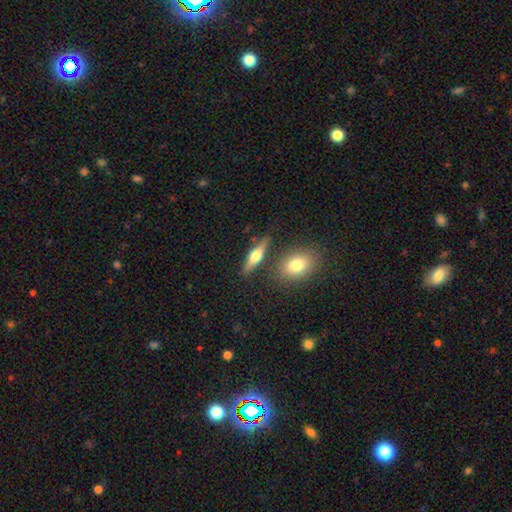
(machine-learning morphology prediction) Smooth or featured? Predicted: featured or disk (p=0.47). Merging? Predicted: none (p=0.78).